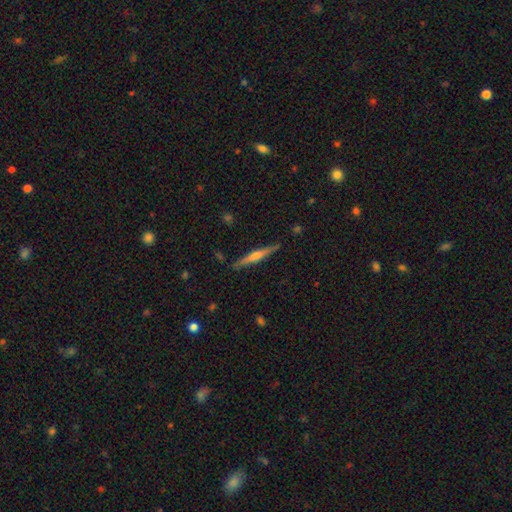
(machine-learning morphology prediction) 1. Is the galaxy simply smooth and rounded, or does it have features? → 69% featured or disk, 25% smooth, 6% star or artifact.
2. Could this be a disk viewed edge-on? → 98% yes, 2% no.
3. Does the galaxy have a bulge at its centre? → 85% rounded, 9% none, 6% boxy.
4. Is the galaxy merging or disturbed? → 89% none, 8% minor disturbance, 2% major disturbance, 1% merger.